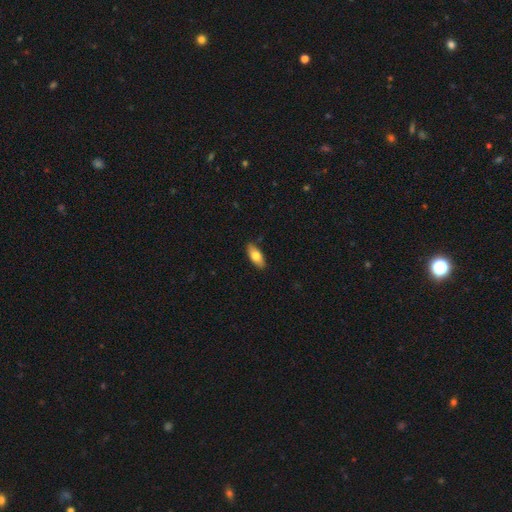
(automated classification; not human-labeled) Q: Smooth or featured?
A: smooth (75%); runner-up: featured or disk (18%)
Q: How rounded?
A: in between (81%); runner-up: cigar-shaped (16%)
Q: Merging?
A: none (86%); runner-up: minor disturbance (11%)